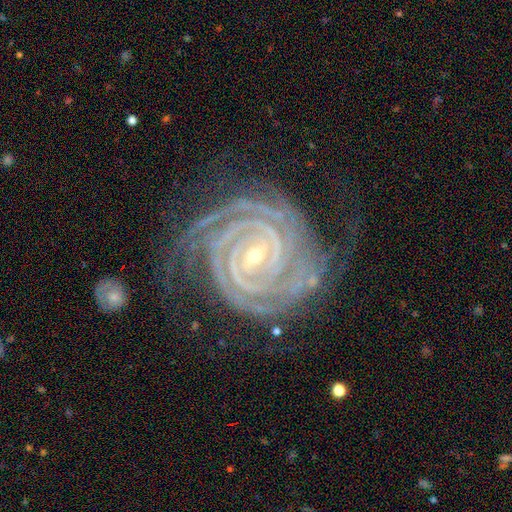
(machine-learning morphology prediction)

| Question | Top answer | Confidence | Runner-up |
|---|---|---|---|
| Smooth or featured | featured or disk | 94% | star or artifact (4%) |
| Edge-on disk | no | 98% | yes (2%) |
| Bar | strong | 37% | tied: weak (37%) |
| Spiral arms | yes | 99% | no (1%) |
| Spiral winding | tight | 90% | medium (9%) |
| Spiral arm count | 2 | 34% | 3 (23%) |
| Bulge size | small | 71% | moderate (26%) |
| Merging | none | 70% | minor disturbance (19%) |